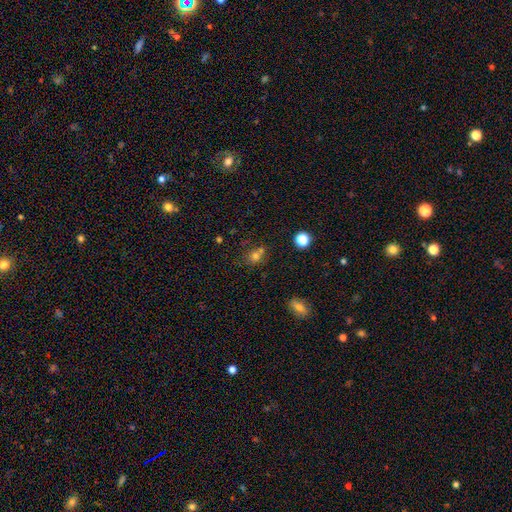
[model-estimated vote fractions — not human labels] smooth_or_featured: smooth (p=0.68) [alt: star or artifact p=0.20]
how_rounded: round (p=0.70) [alt: in between p=0.29]
merging: none (p=0.53) [alt: merger p=0.30]